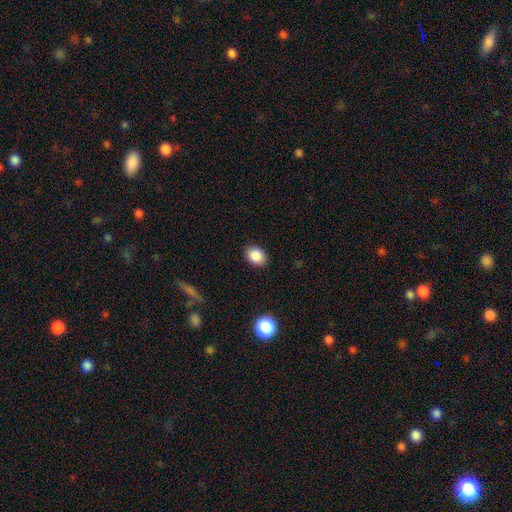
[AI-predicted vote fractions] A smooth galaxy with no disk features (87%) that is in between round and cigar-shaped (68%).

Vote fractions:
- Smooth or featured? smooth: 87% / star or artifact: 9% / featured or disk: 4%
- How rounded? in between: 68% / round: 31% / cigar-shaped: 1%
- Merging? none: 88% / minor disturbance: 8% / major disturbance: 2% / merger: 1%